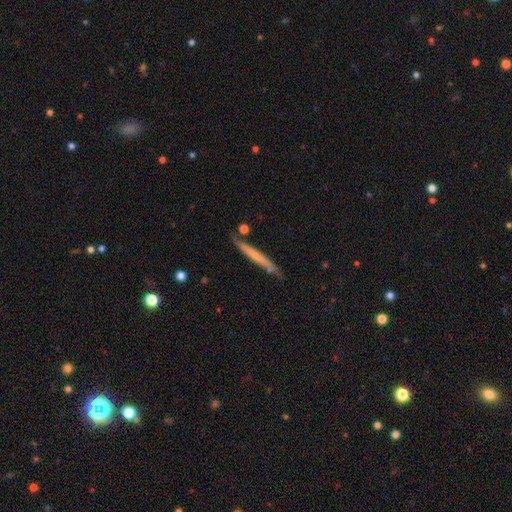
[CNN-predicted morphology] The model was most divided on "smooth or featured": smooth: 51%, featured or disk: 43%, star or artifact: 6%. More confident: how rounded — cigar-shaped (96%); merging — none (79%).